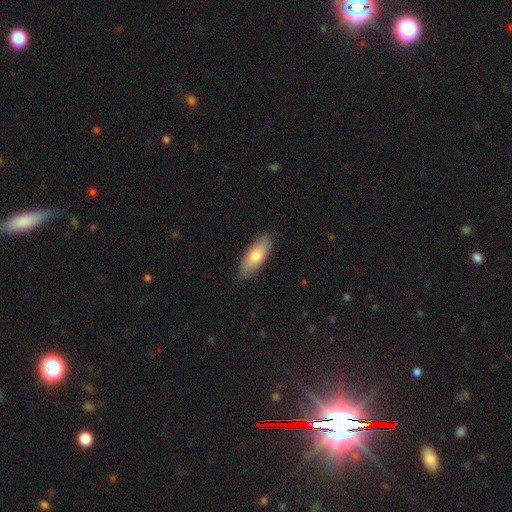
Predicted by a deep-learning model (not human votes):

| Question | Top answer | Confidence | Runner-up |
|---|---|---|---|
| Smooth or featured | smooth | 75% | featured or disk (19%) |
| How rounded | in between | 66% | cigar-shaped (32%) |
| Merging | none | 87% | minor disturbance (10%) |